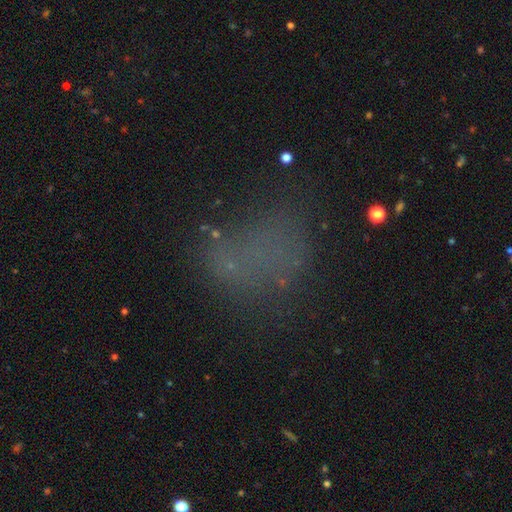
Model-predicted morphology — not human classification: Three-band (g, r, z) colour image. It shows a smooth galaxy with no disk features (42%). Merging: none (54%).